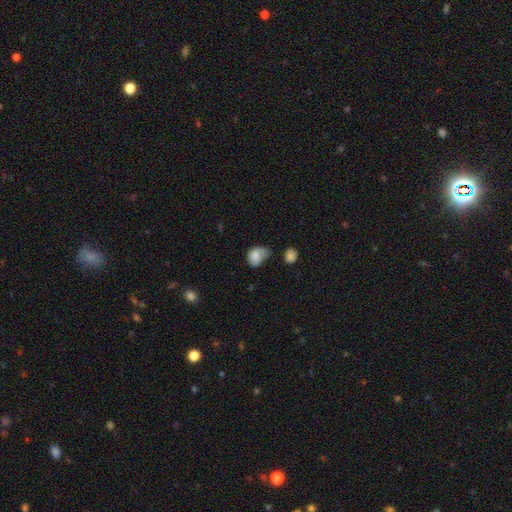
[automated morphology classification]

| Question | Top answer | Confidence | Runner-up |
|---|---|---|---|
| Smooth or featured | smooth | 76% | featured or disk (15%) |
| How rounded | in between | 65% | round (34%) |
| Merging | minor disturbance | 38% | none (27%) |